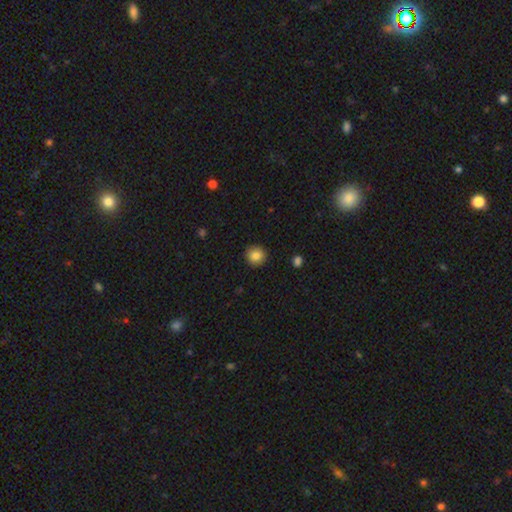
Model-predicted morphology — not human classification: smooth_or_featured: smooth (p=0.86) [alt: star or artifact p=0.09]
how_rounded: round (p=0.93) [alt: in between p=0.06]
merging: none (p=0.91) [alt: minor disturbance p=0.06]